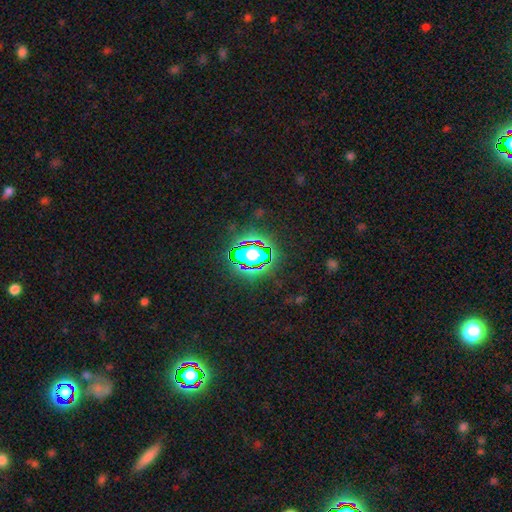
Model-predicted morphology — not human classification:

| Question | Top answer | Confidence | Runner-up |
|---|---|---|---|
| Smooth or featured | star or artifact | 81% | smooth (12%) |